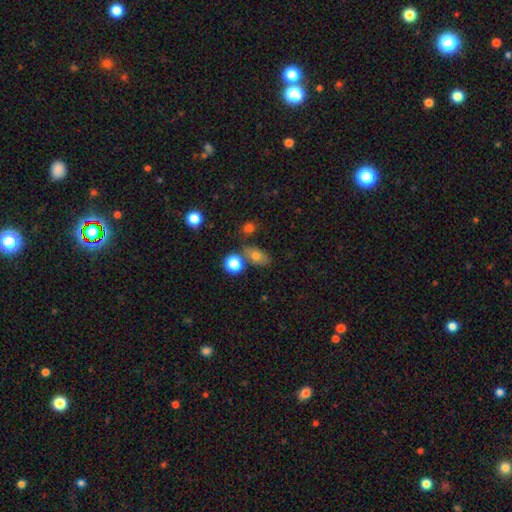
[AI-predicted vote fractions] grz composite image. It shows a smooth galaxy with no disk features (72%) that is in between round and cigar-shaped (75%). Merging: none (69%).